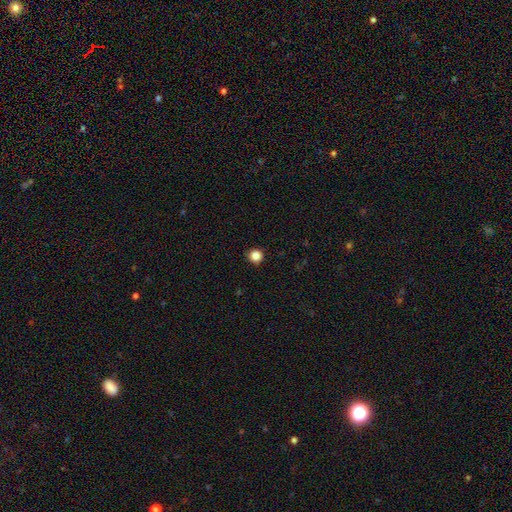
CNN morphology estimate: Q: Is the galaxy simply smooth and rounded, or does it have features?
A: smooth — 85%.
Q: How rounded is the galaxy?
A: round — 95%.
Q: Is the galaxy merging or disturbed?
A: none — 91%.